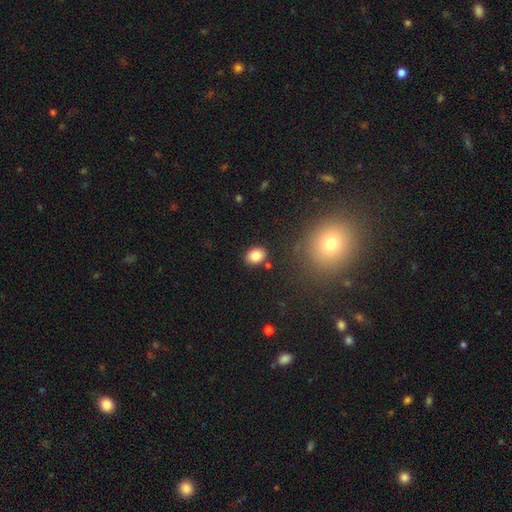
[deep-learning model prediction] Smooth or featured: smooth — 84% (star or artifact — 10%)
How rounded: in between — 57% (round — 42%)
Merging: none — 85% (minor disturbance — 9%)